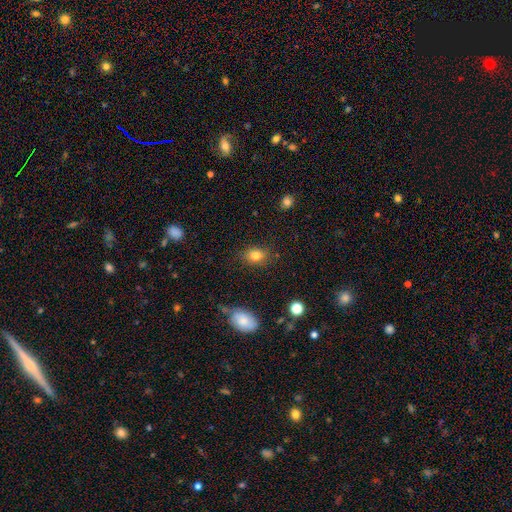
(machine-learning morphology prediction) A smooth galaxy with no disk features (81%) that is in between round and cigar-shaped (69%). Merging: none (82%).